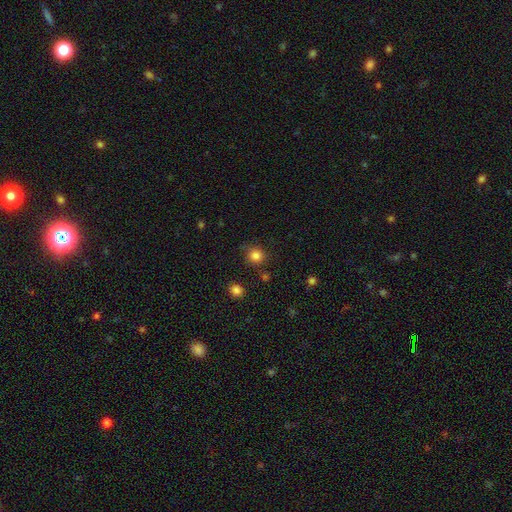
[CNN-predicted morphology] smooth 84%, star or artifact 12%, featured or disk 4%. Down the decision tree: how rounded — round (90%); merging — none (82%).